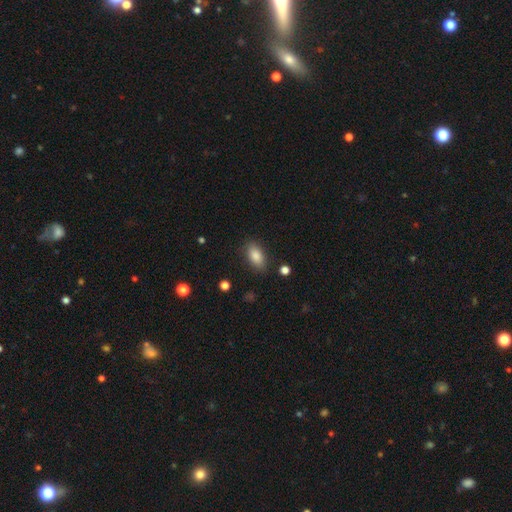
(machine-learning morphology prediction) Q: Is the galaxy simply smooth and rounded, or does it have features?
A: smooth — 85%.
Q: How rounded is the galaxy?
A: in between — 90%.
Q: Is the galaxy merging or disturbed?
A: none — 85%.